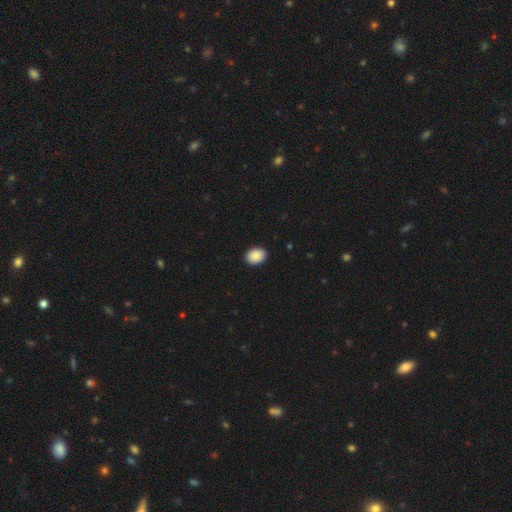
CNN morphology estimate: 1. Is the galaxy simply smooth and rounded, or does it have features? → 88% smooth, 7% star or artifact, 4% featured or disk.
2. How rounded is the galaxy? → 67% in between, 32% round, 1% cigar-shaped.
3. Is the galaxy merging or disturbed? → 91% none, 6% minor disturbance, 2% major disturbance, 1% merger.